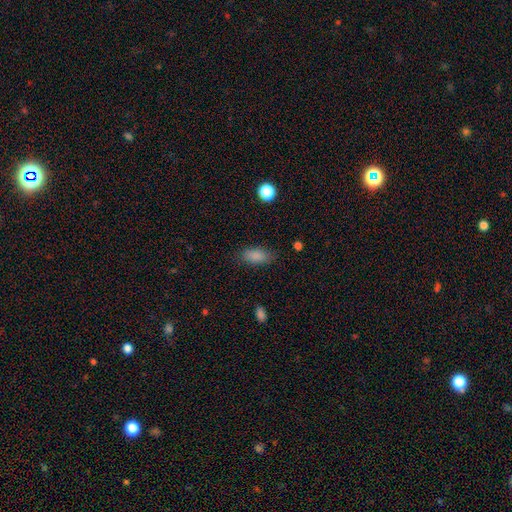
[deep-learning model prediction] A smooth galaxy with no disk features (87%) that is in between round and cigar-shaped (87%). Merging: none (82%).